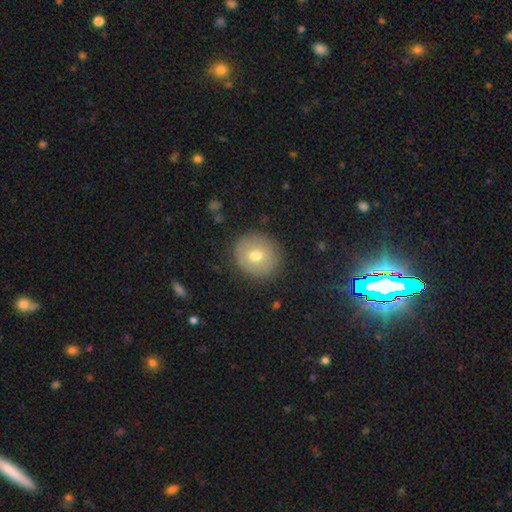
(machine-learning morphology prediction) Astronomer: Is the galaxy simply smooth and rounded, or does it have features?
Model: smooth — 68%.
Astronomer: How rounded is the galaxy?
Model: round — 90%.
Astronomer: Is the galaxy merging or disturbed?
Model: none — 88%.